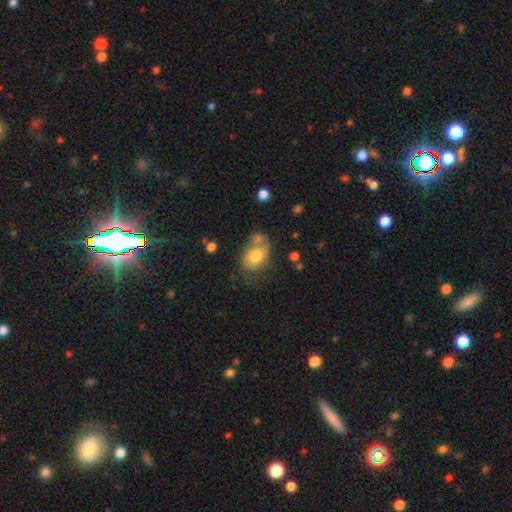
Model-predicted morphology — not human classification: This appears to be a smooth galaxy with no disk features (65%) that is in between round and cigar-shaped (68%). Merging: none (32%).